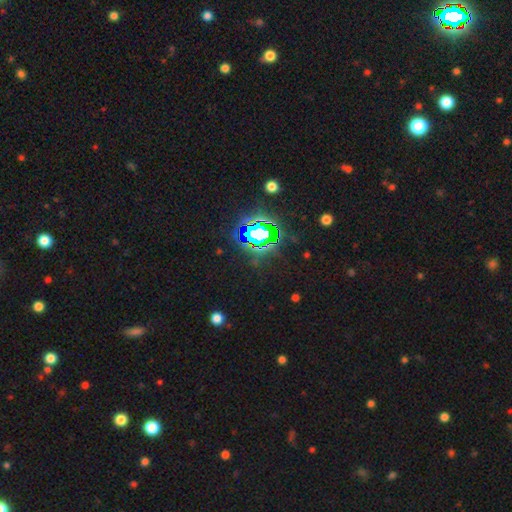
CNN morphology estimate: Overall: star or artifact (80%).